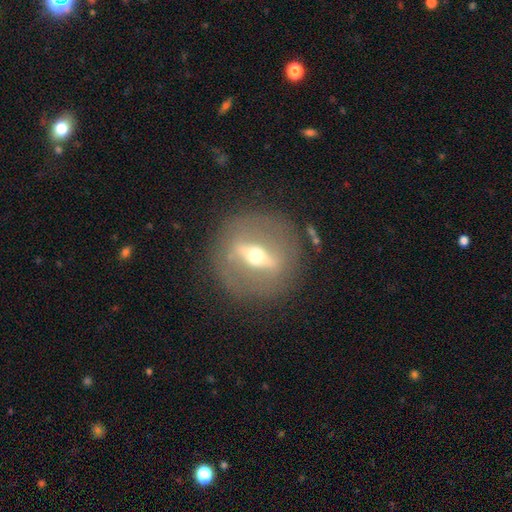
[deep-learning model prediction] featured or disk 77%, smooth 15%, star or artifact 7%. Down the decision tree: edge-on disk — no (55%); merging — none (85%).